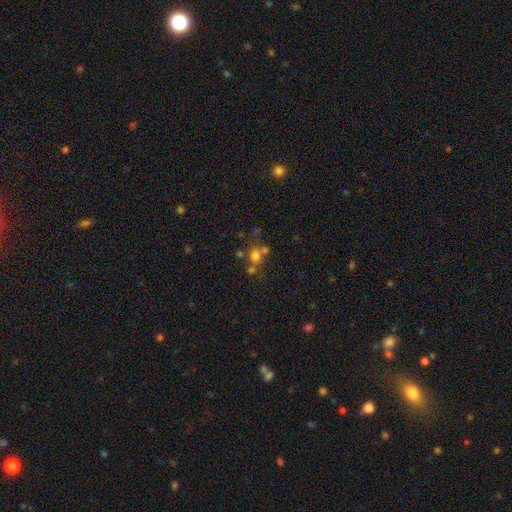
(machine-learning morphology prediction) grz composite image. It shows a smooth galaxy with no disk features (68%) that is round (81%). Merging: none (55%).